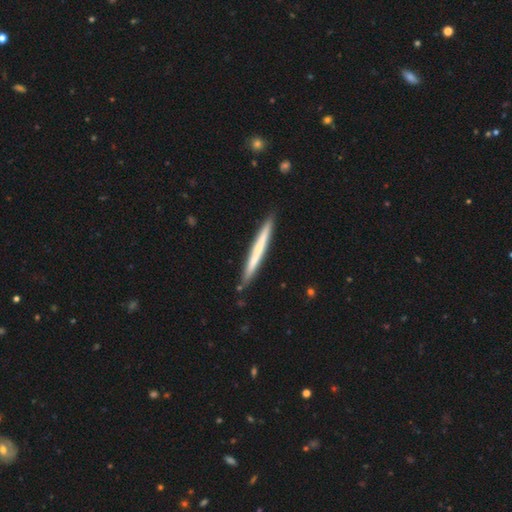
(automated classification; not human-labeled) smooth 55%, featured or disk 40%, star or artifact 5%. Down the decision tree: how rounded — cigar-shaped (97%); merging — none (89%).